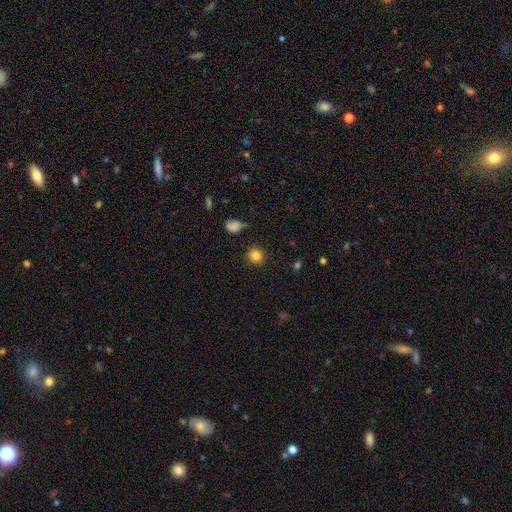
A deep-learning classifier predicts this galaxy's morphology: smooth-or-featured: smooth: 83% | star or artifact: 12% | featured or disk: 5%
  how-rounded: round: 92% | in between: 7% | cigar-shaped: 1%
  merging: none: 89% | minor disturbance: 7% | major disturbance: 2% | merger: 2%